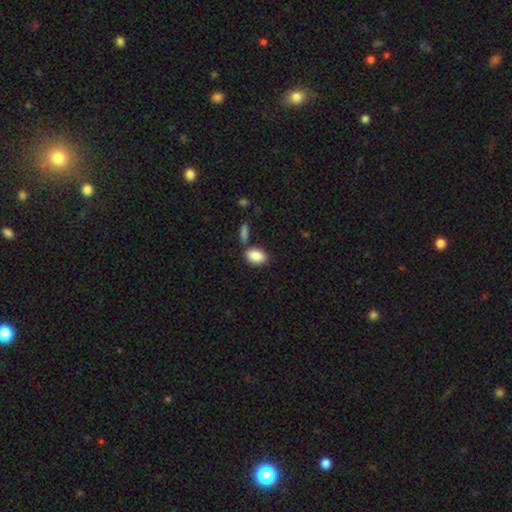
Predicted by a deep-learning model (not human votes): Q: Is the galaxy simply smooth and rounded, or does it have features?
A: smooth — 88%.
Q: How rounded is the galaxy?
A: in between — 89%.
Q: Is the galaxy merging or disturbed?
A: none — 71%.